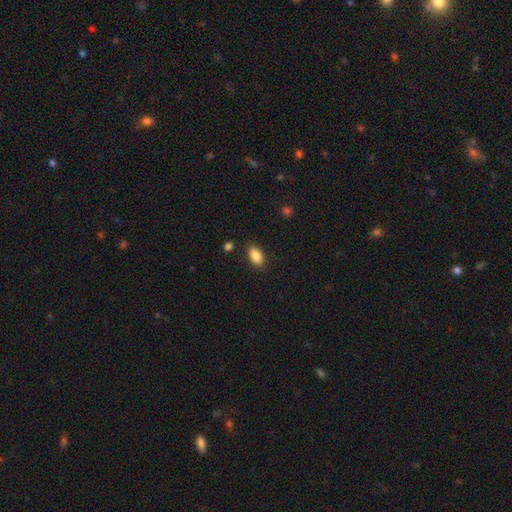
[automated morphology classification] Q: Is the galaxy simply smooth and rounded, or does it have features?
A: smooth — 87%.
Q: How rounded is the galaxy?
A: in between — 91%.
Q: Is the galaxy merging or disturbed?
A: none — 87%.